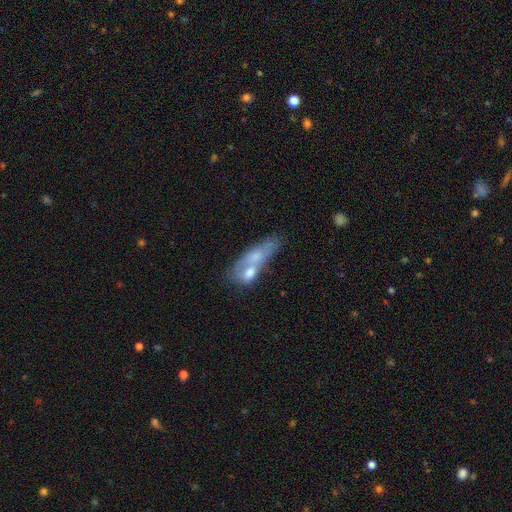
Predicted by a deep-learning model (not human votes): Smooth or featured: smooth — 55% (featured or disk — 37%)
How rounded: in between — 59% (cigar-shaped — 34%)
Merging: merger — 55% (none — 19%)